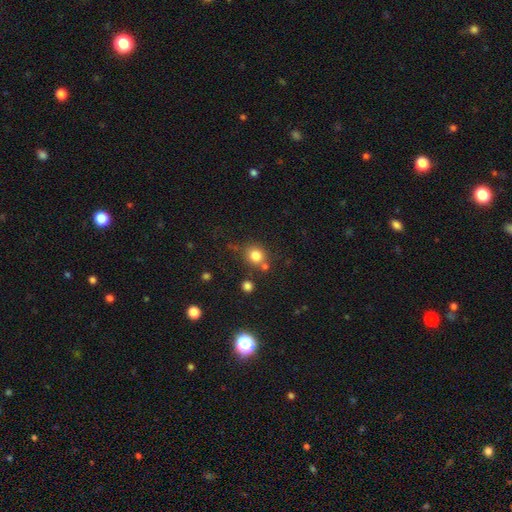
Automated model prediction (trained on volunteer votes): A smooth galaxy with no disk features (80%) that is round (82%). Merging: none (72%).